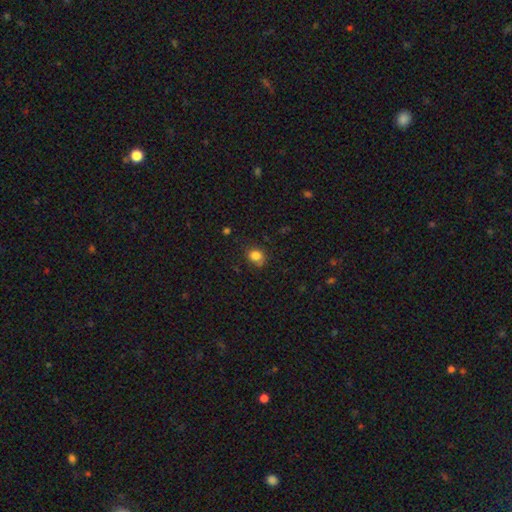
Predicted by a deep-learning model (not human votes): Smooth or featured? Predicted: smooth (p=0.83). How rounded? Predicted: round (p=0.67). Merging? Predicted: none (p=0.72).